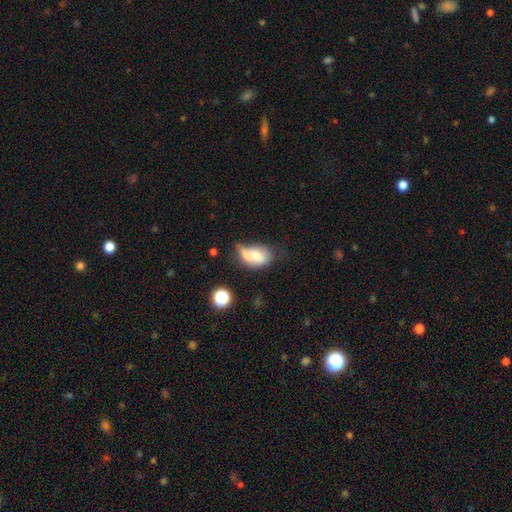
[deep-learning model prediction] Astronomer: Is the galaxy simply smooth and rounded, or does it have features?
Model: smooth — 65%.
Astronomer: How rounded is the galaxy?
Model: in between — 78%.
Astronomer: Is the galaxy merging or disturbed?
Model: merger — 47% (runner-up: none, 22%).